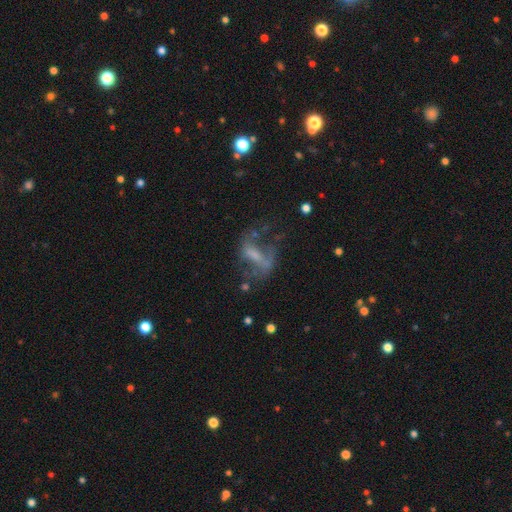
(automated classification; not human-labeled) Overall: featured or disk (63%). Edge-on disk: no (93%). Bar: weak (37%; no 33%). Spiral arms: yes (53%; no 47%). Bulge size: none (35%; small 34%). Merging: none (38%, tied with major disturbance).